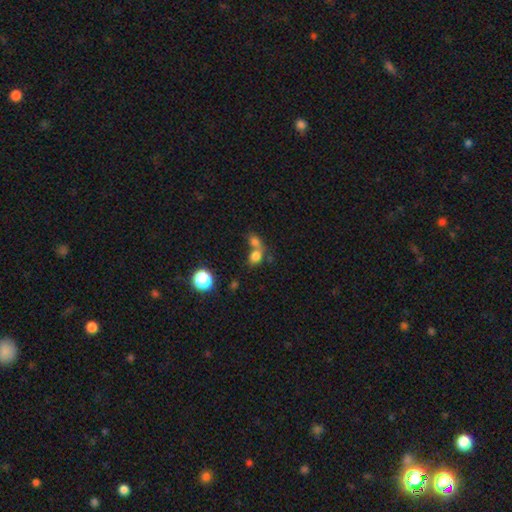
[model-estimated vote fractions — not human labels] Overall: smooth (77%). How rounded: in between (54%; round 44%). Merging: merger (58%; none 30%).